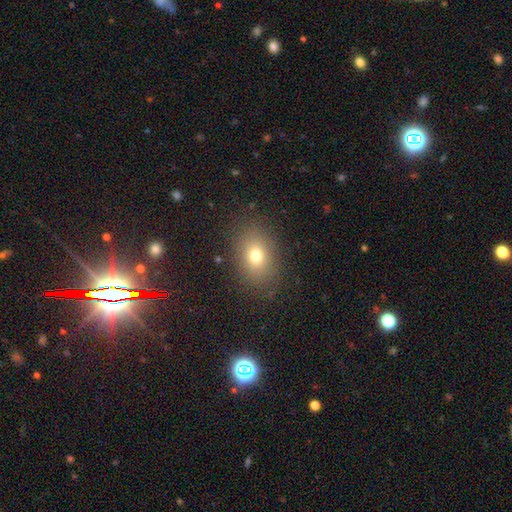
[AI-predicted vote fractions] smooth 73%, star or artifact 14%, featured or disk 12%. Down the decision tree: how rounded — in between (64%); merging — none (85%).